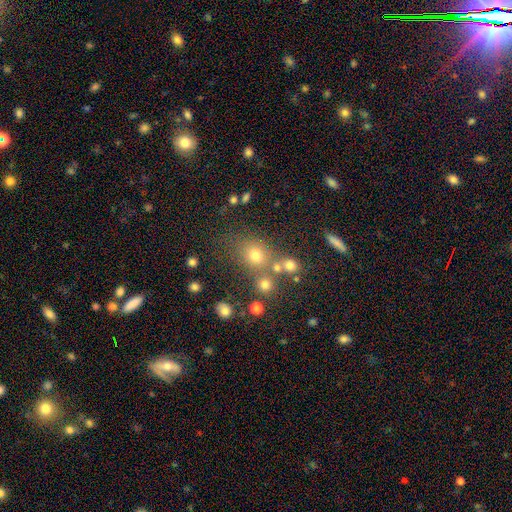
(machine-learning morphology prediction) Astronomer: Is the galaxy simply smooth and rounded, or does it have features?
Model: smooth — 66%.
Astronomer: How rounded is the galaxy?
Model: round — 73%.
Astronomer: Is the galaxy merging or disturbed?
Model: none — 61%.